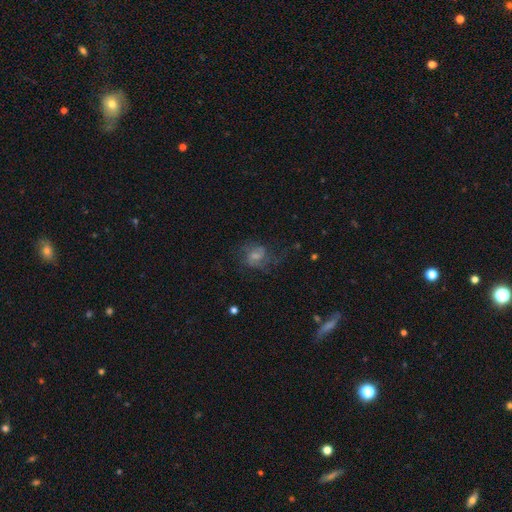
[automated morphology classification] Smooth or featured?
  - featured or disk: 55% *
  - smooth: 33%
  - star or artifact: 11%
Edge-on disk?
  - no: 97% *
  - yes: 3%
Bar?
  - weak: 46% *
  - no: 45%
  - strong: 9%
Spiral arms?
  - yes: 75% *
  - no: 25%
Bulge size?
  - small: 41% *
  - moderate: 33%
  - none: 19%
  - large: 6%
  - dominant: 2%
Merging?
  - none: 45% *
  - major disturbance: 31%
  - minor disturbance: 21%
  - merger: 2%